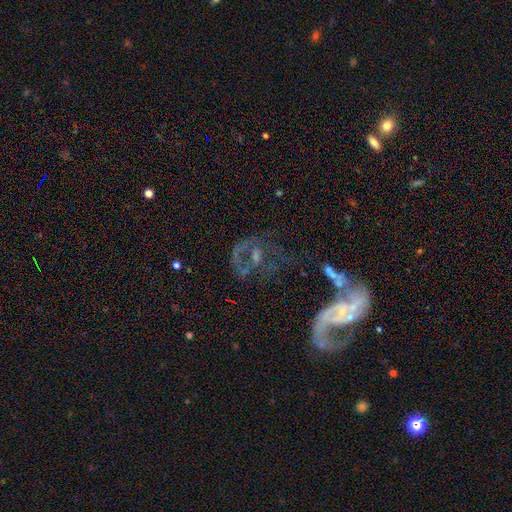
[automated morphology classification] Smooth or featured? Predicted: featured or disk (p=0.64). Edge-on disk? Predicted: no (p=0.95). Bar? Predicted: no (p=0.61). Spiral arms? Predicted: yes (p=0.57). Bulge size? Predicted: small (p=0.35). Merging? Predicted: major disturbance (p=0.36).